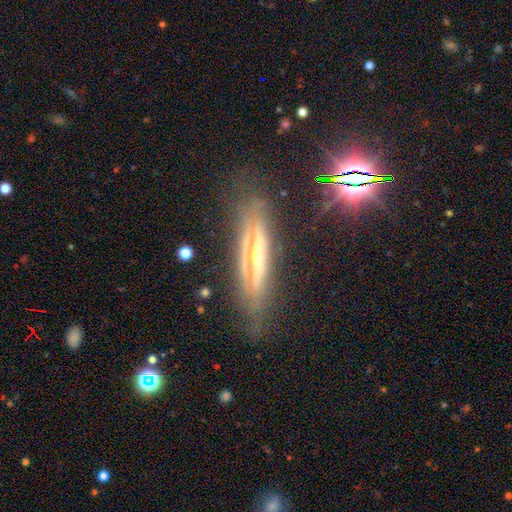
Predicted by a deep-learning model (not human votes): smooth_or_featured: featured or disk (p=0.76) [alt: smooth p=0.13]
disk_edge_on: yes (p=0.80) [alt: no p=0.20]
edge_on_bulge: rounded (p=0.71) [alt: none p=0.22]
merging: none (p=0.75) [alt: minor disturbance p=0.18]